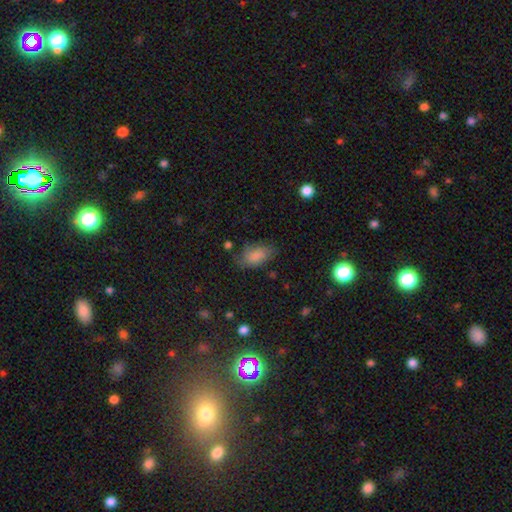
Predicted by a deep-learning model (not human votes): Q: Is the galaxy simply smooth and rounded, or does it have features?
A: smooth — 83%.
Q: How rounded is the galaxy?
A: in between — 91%.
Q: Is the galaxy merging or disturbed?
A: none — 63%.